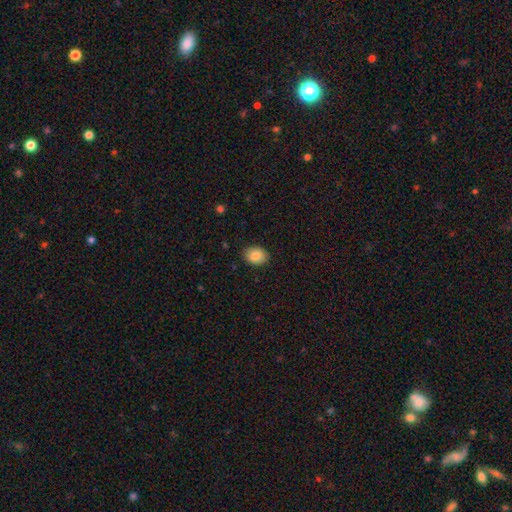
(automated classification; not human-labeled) This is clearly a smooth galaxy (86%). How rounded: likely in between (64%). Merging: clearly none (89%).